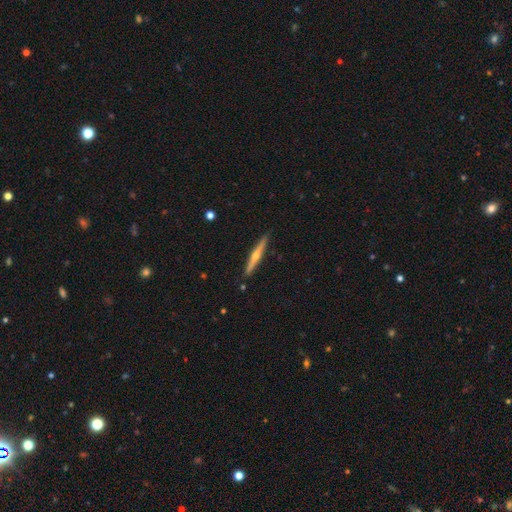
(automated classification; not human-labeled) smooth-or-featured: featured or disk: 69% | smooth: 26% | star or artifact: 5%
  disk-edge-on: yes: 98% | no: 2%
    edge-on-bulge: rounded: 90% | none: 8% | boxy: 2%
  merging: none: 90% | minor disturbance: 7% | major disturbance: 1% | merger: 1%